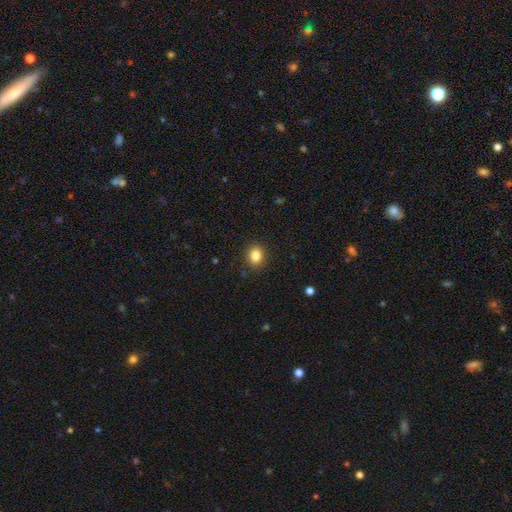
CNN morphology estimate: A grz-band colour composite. It shows a smooth galaxy with no disk features (85%) that is round (54%). Merging: none (89%).